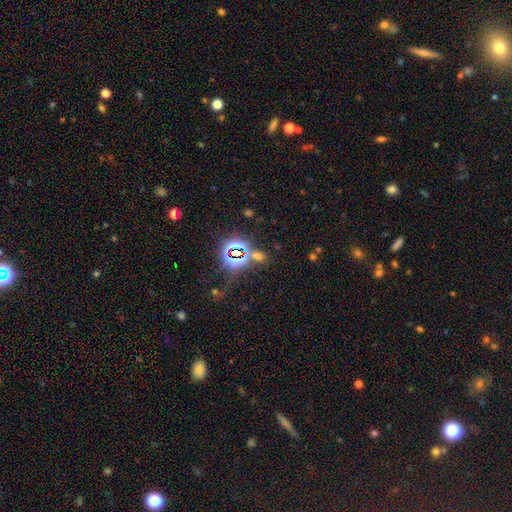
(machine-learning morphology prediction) A star or artifact, not a galaxy (73%).